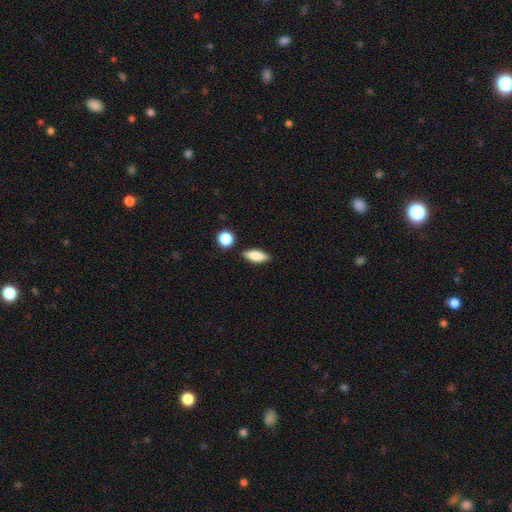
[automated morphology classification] The model was most divided on "how rounded": in between: 70%, cigar-shaped: 25%, round: 4%. More confident: merging — none (84%); smooth or featured — smooth (77%).